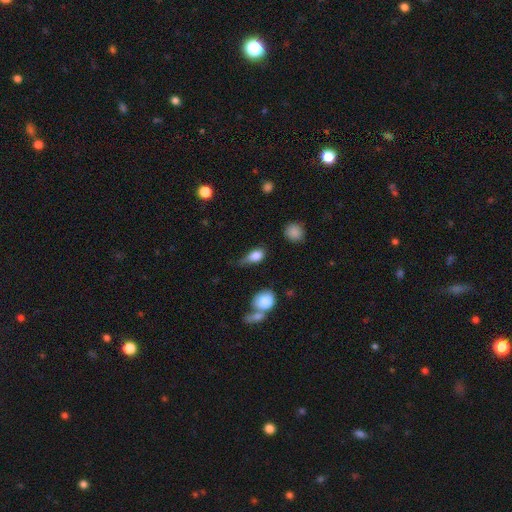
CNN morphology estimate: A smooth galaxy with no disk features (79%) that is in between round and cigar-shaped (75%).

Vote fractions:
- Smooth or featured? smooth: 79% / featured or disk: 12% / star or artifact: 9%
- How rounded? in between: 75% / round: 20% / cigar-shaped: 6%
- Merging? minor disturbance: 43% / none: 31% / major disturbance: 21% / merger: 5%